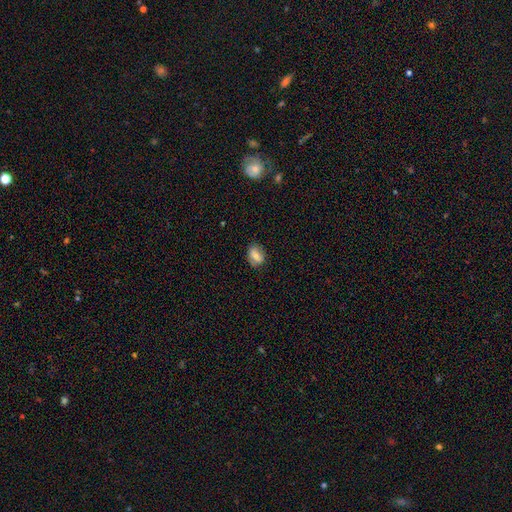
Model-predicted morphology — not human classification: Q: Smooth or featured?
A: smooth (66%); runner-up: featured or disk (25%)
Q: How rounded?
A: in between (69%); runner-up: round (29%)
Q: Merging?
A: none (79%); runner-up: minor disturbance (16%)